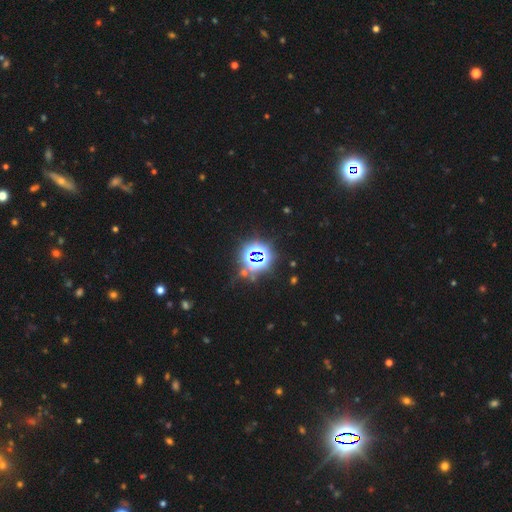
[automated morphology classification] A star or artifact, not a galaxy (79%).

Vote fractions:
- Smooth or featured? star or artifact: 79% / smooth: 13% / featured or disk: 8%